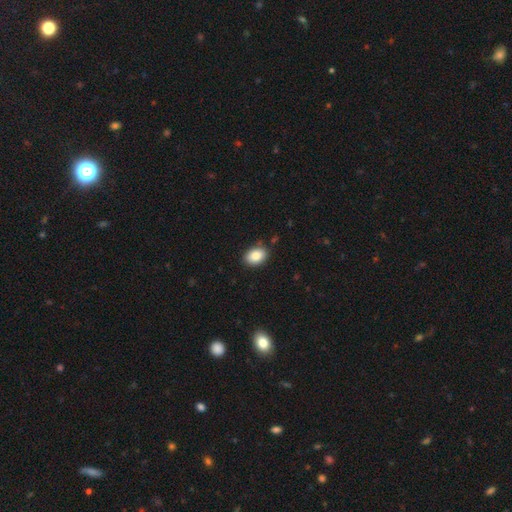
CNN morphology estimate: Smooth or featured? Predicted: smooth (p=0.86). How rounded? Predicted: in between (p=0.80). Merging? Predicted: none (p=0.86).